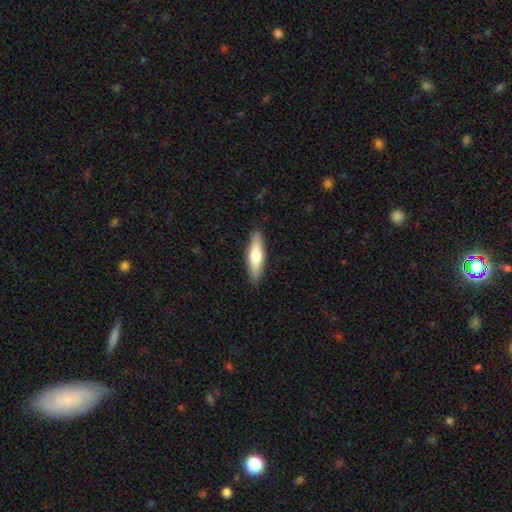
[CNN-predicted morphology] The model was most divided on "smooth or featured": smooth: 59%, featured or disk: 36%, star or artifact: 5%. More confident: merging — none (89%); how rounded — cigar-shaped (64%).